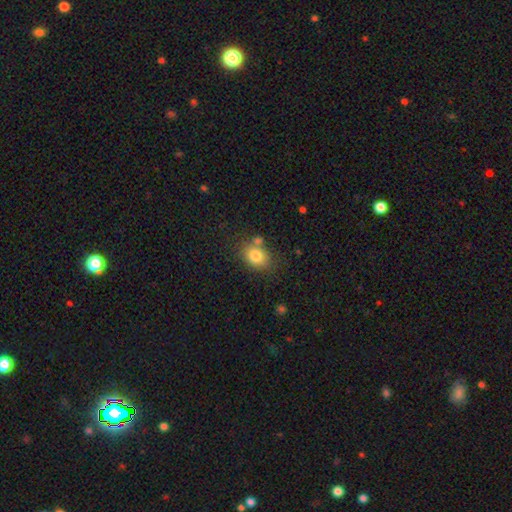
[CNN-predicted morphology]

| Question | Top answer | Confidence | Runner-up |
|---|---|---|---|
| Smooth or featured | smooth | 81% | star or artifact (10%) |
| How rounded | in between | 56% | round (43%) |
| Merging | none | 68% | minor disturbance (15%) |